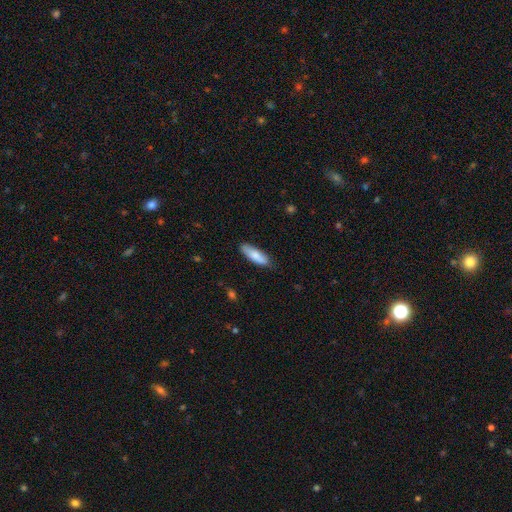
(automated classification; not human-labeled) Smooth or featured? Predicted: smooth (p=0.82). How rounded? Predicted: in between (p=0.55). Merging? Predicted: none (p=0.83).